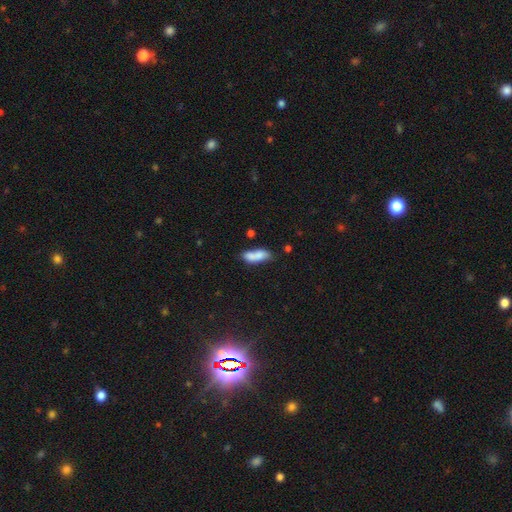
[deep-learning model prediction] A smooth galaxy with no disk features (76%) that is in between round and cigar-shaped (67%). Merging: none (52%).